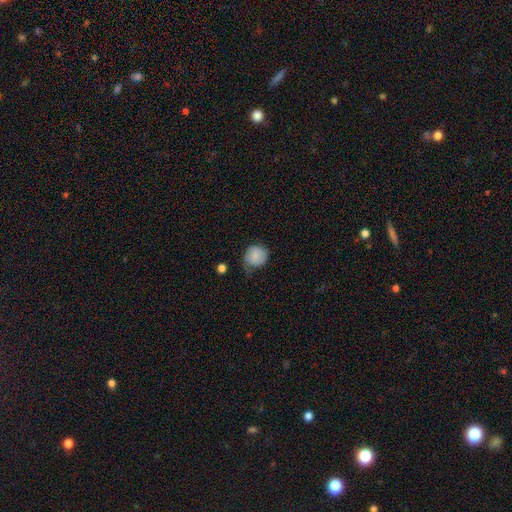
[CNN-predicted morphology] This is clearly a smooth galaxy (80%). How rounded: clearly round (82%). Merging: possibly none (48%).